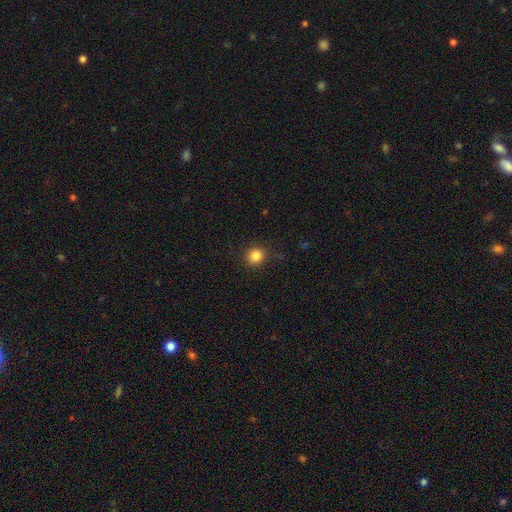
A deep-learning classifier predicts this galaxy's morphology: Q: Smooth or featured?
A: smooth (85%); runner-up: star or artifact (11%)
Q: How rounded?
A: round (91%); runner-up: in between (8%)
Q: Merging?
A: none (88%); runner-up: minor disturbance (8%)